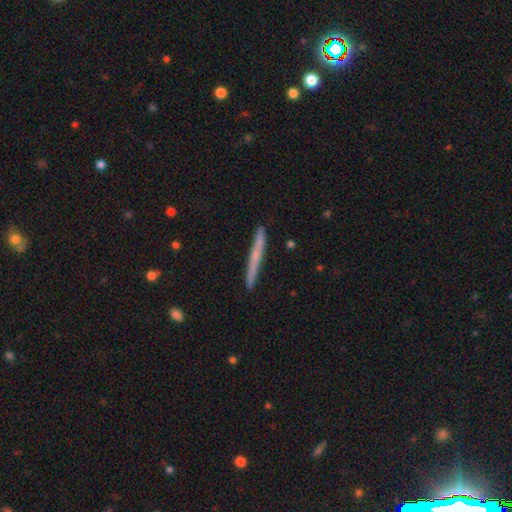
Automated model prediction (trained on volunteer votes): This is possibly a smooth galaxy (49%). Merging: clearly none (90%).